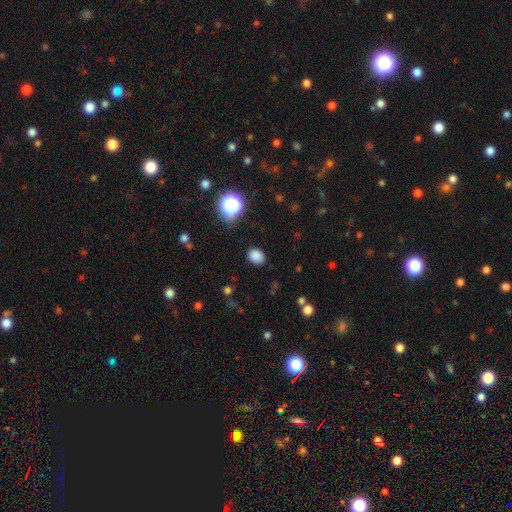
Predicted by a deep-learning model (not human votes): Smooth or featured? smooth (83%)
How rounded? in between (50%)
Merging? none (83%)